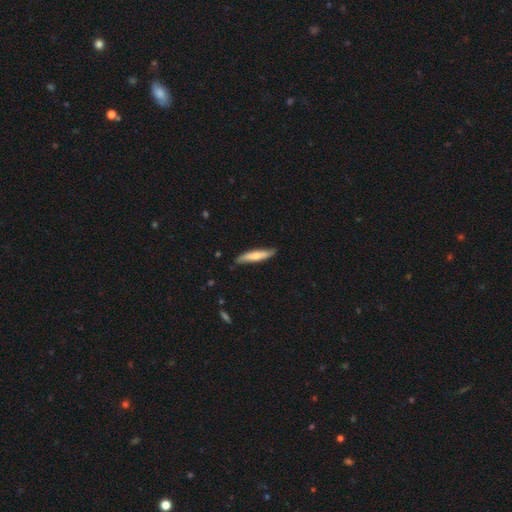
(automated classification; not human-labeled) Smooth or featured? Predicted: smooth (p=0.61). How rounded? Predicted: cigar-shaped (p=0.85). Merging? Predicted: none (p=0.81).